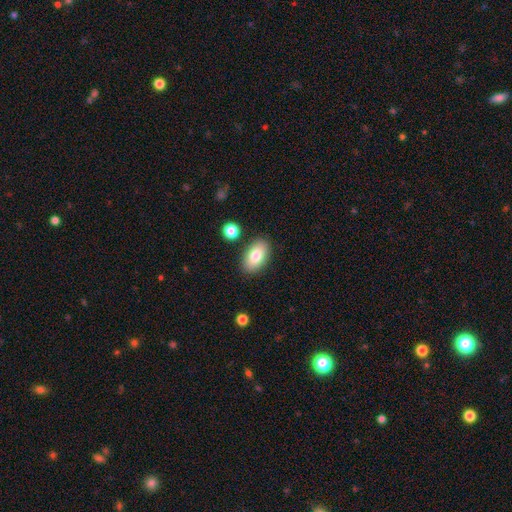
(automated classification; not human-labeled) The model was most divided on "smooth or featured": smooth: 81%, featured or disk: 12%, star or artifact: 7%. More confident: how rounded — in between (93%); merging — none (86%).